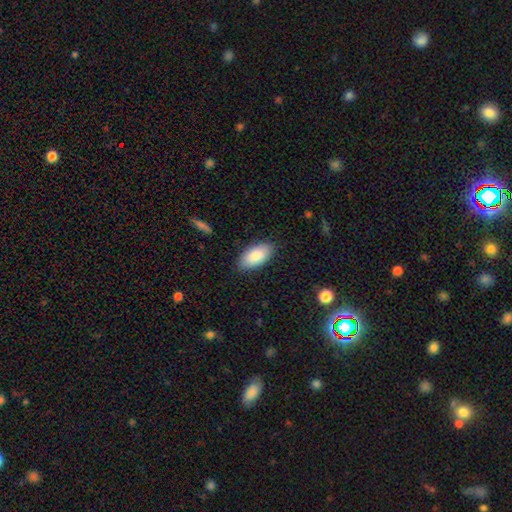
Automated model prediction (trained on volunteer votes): This is clearly a smooth galaxy (86%). How rounded: clearly in between (95%). Merging: clearly none (85%).